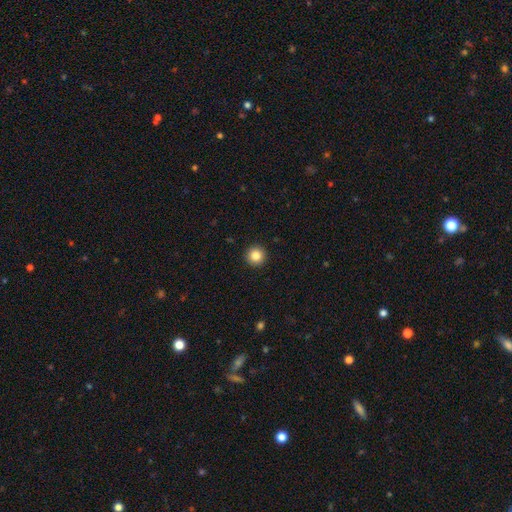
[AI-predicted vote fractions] Morphology: type=smooth (86%); roundness=round (96%); merging=none (93%).